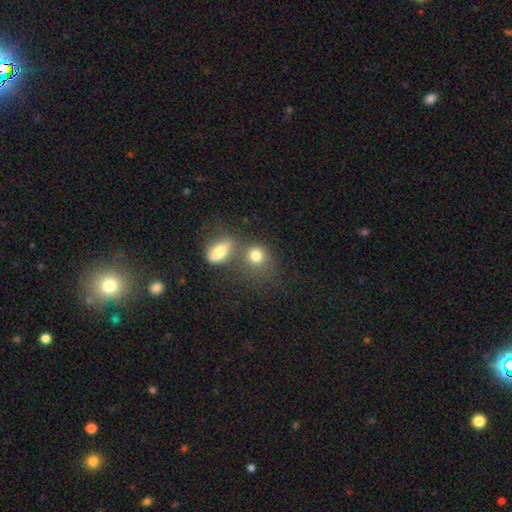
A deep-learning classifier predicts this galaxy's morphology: smooth 79%, featured or disk 11%, star or artifact 11%. Down the decision tree: how rounded — round (67%); merging — none (42%).